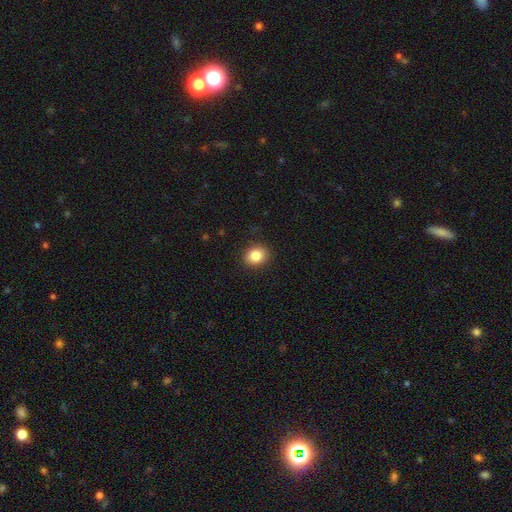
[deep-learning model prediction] smooth_or_featured: smooth (p=0.85) [alt: star or artifact p=0.10]
how_rounded: round (p=0.65) [alt: in between p=0.34]
merging: none (p=0.90) [alt: minor disturbance p=0.07]